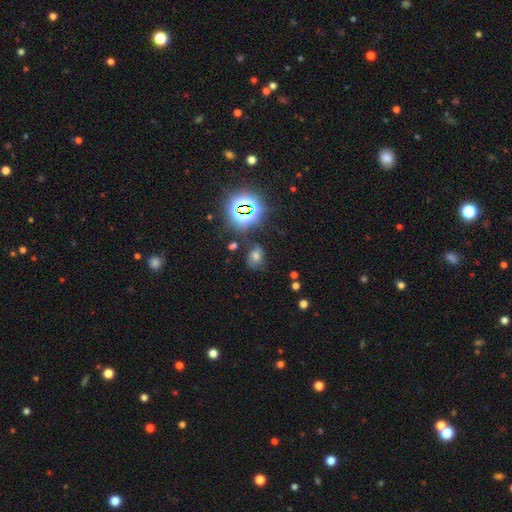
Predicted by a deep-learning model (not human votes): Morphology: type=smooth (45%); merging=none (66%).